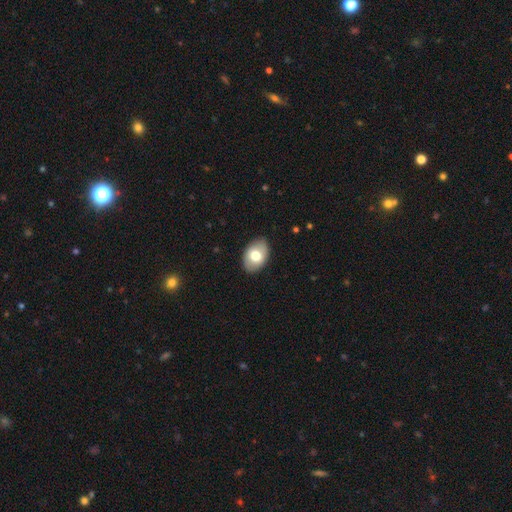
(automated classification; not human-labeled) This is likely a smooth galaxy (71%). How rounded: clearly in between (85%). Merging: clearly none (85%).